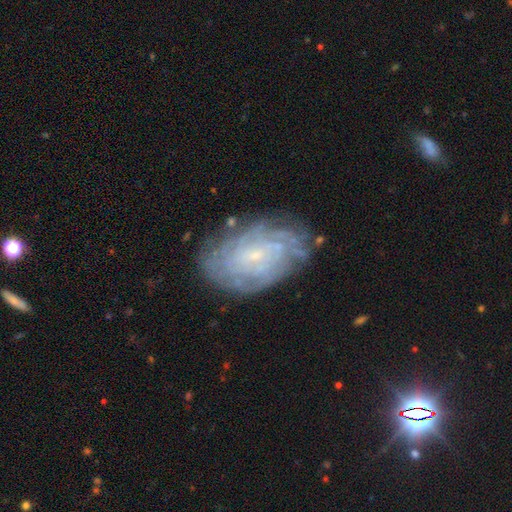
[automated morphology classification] type=featured or disk (79%); edge-on=no (96%); bar=no (60%); spiral arms=yes (91%); winding=tight (77%); arm count=can't tell (48%); bulge=small (83%); merging=none (76%).